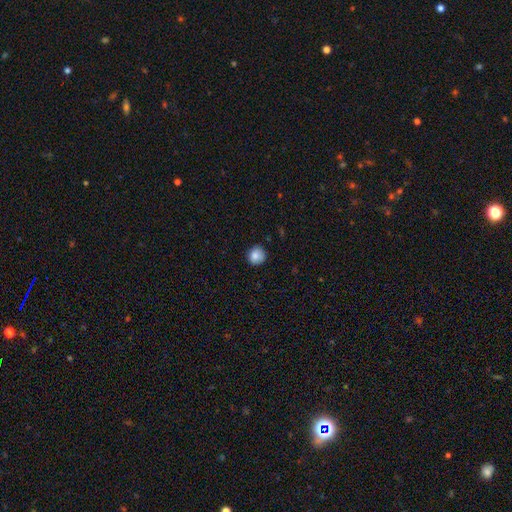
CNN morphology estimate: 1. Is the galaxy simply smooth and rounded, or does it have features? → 85% smooth, 9% star or artifact, 6% featured or disk.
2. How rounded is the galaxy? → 90% round, 9% in between, 1% cigar-shaped.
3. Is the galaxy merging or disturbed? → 84% none, 13% minor disturbance, 2% major disturbance, 1% merger.